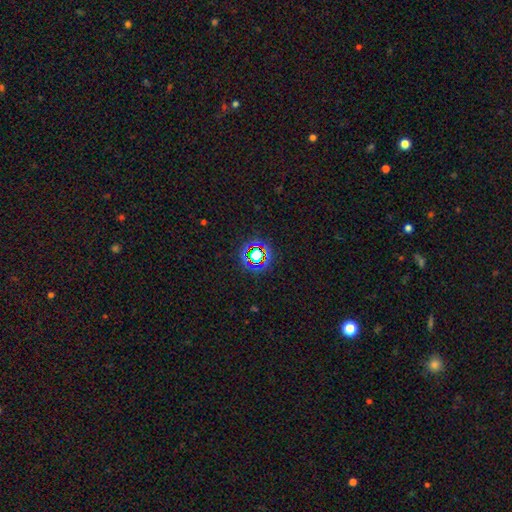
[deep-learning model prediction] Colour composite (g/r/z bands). It shows a star or artifact, not a galaxy (65%).